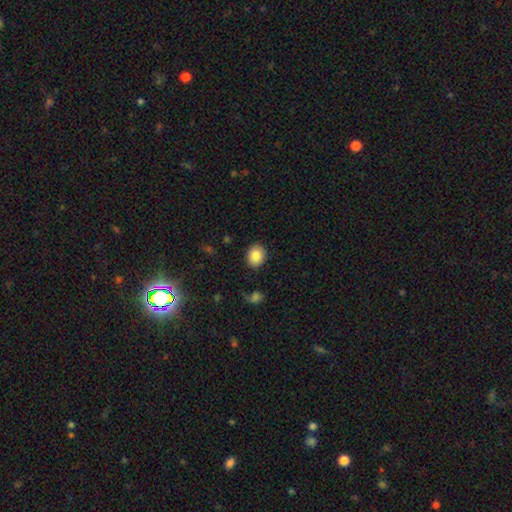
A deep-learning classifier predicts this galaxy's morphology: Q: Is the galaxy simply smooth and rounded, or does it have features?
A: smooth — 84%.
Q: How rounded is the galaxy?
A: round — 67%.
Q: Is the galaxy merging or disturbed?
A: none — 88%.